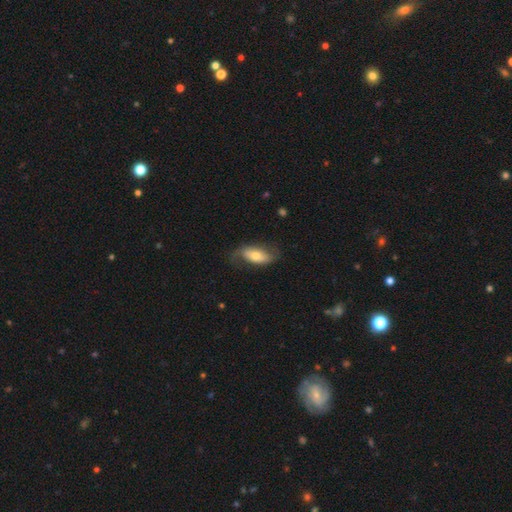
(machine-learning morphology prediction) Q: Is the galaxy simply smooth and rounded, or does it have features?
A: smooth — 53%.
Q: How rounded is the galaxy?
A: in between — 86%.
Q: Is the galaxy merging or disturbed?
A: none — 62%.